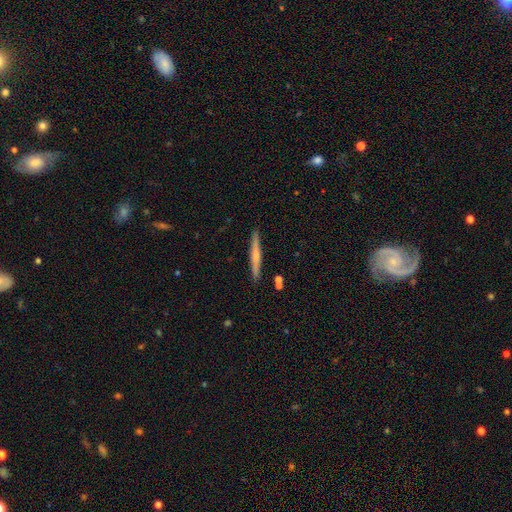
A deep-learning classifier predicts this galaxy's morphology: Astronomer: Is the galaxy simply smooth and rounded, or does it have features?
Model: featured or disk — 52% (runner-up: smooth, 42%).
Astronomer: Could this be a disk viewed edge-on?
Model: yes — 97%.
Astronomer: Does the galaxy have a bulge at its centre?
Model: rounded — 58% (runner-up: none, 34%).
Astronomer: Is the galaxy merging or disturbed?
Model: none — 90%.